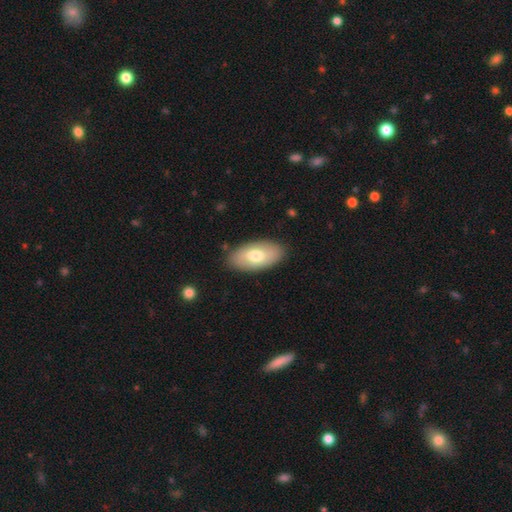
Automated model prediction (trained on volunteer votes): Smooth or featured?
  - smooth: 68% *
  - featured or disk: 26%
  - star or artifact: 6%
How rounded?
  - in between: 94% *
  - cigar-shaped: 3%
  - round: 3%
Merging?
  - none: 86% *
  - minor disturbance: 10%
  - major disturbance: 3%
  - merger: 1%